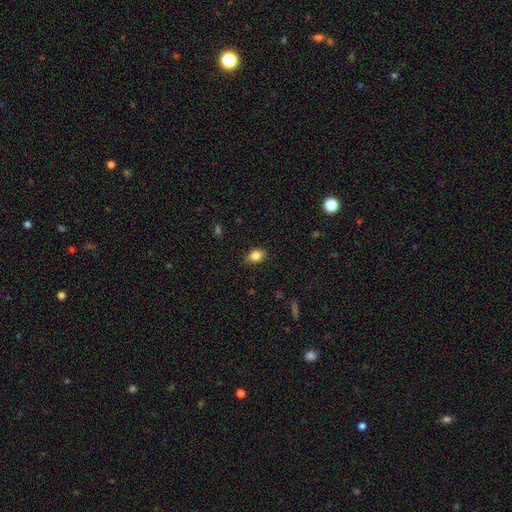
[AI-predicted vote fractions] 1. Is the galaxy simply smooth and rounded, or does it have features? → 85% smooth, 9% star or artifact, 6% featured or disk.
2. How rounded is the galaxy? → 82% in between, 16% round, 2% cigar-shaped.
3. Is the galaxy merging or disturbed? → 86% none, 11% minor disturbance, 2% major disturbance, 1% merger.